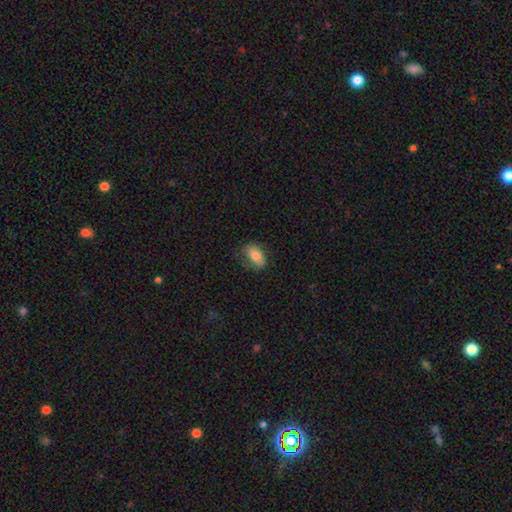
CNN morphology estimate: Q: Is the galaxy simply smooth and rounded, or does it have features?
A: smooth — 79%.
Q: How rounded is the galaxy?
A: in between — 89%.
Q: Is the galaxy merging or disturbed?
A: none — 73%.